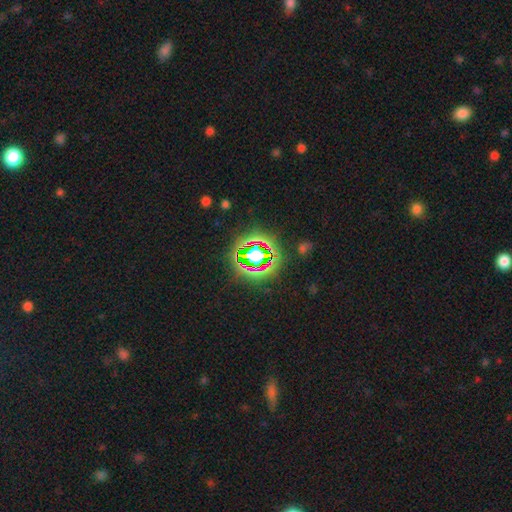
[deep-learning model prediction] Q: Smooth or featured?
A: star or artifact (69%); runner-up: smooth (19%)